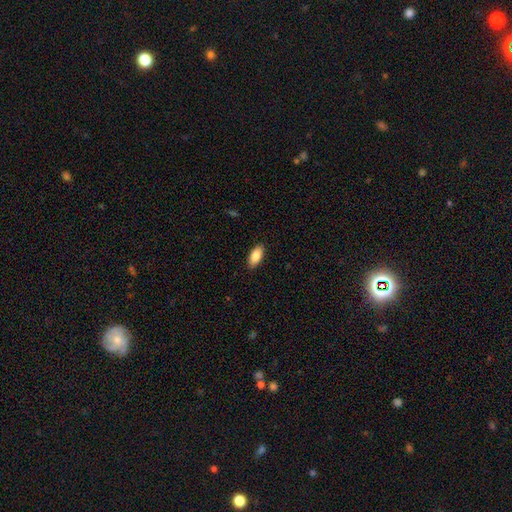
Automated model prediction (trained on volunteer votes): Smooth or featured?
  - smooth: 87% *
  - featured or disk: 7%
  - star or artifact: 6%
How rounded?
  - in between: 90% *
  - cigar-shaped: 8%
  - round: 2%
Merging?
  - none: 89% *
  - minor disturbance: 8%
  - major disturbance: 2%
  - merger: 1%